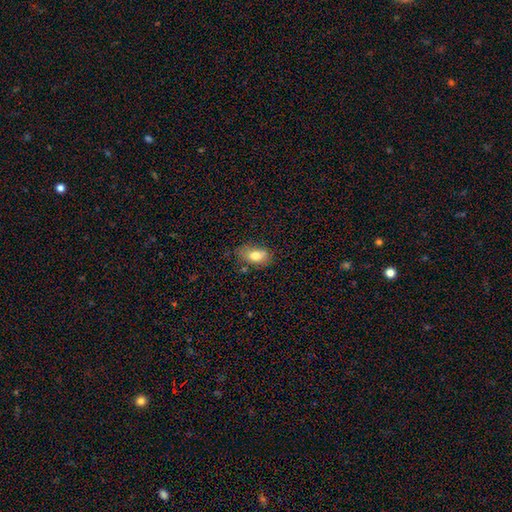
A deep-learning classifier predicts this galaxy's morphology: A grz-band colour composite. It shows a smooth galaxy with no disk features (77%) that is in between round and cigar-shaped (87%). Merging: none (65%).